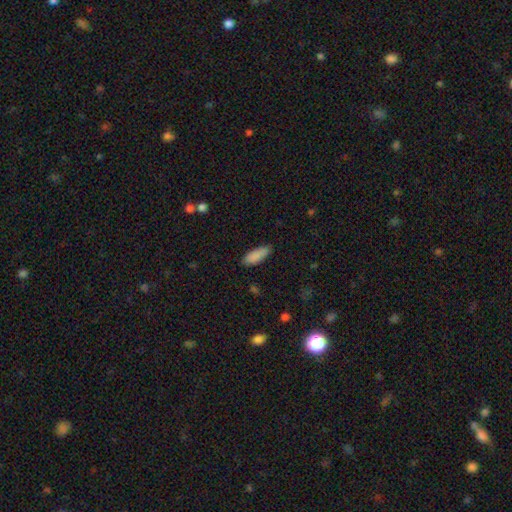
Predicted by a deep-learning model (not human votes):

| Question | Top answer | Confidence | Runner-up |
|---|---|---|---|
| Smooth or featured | smooth | 88% | star or artifact (7%) |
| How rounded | in between | 68% | cigar-shaped (30%) |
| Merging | none | 80% | minor disturbance (16%) |